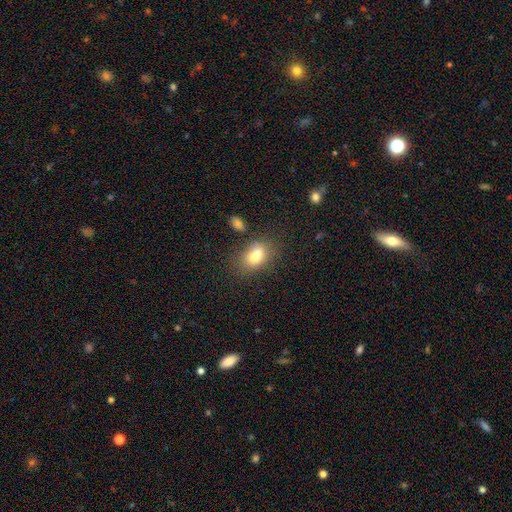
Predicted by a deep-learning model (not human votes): Smooth or featured: smooth — 79% (featured or disk — 12%)
How rounded: in between — 85% (round — 12%)
Merging: none — 61% (minor disturbance — 19%)